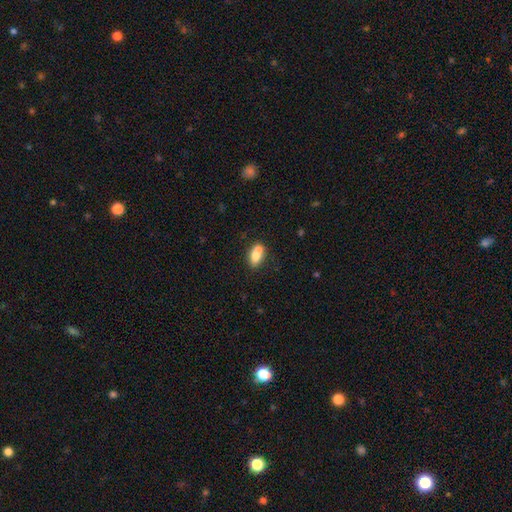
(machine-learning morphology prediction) A smooth galaxy with no disk features (72%) that is in between round and cigar-shaped (81%). Merging: merger (46%).